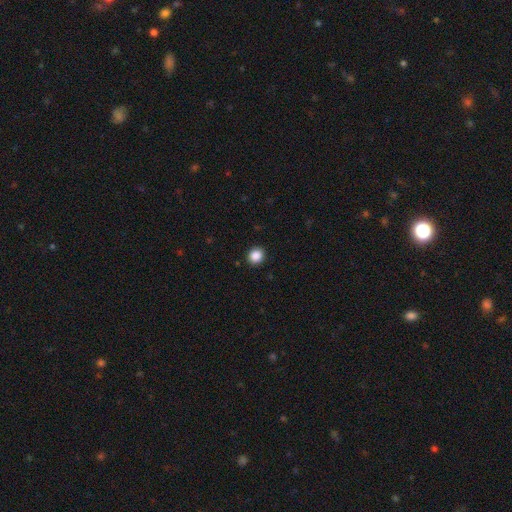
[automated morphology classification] smooth_or_featured: smooth (p=0.88) [alt: star or artifact p=0.10]
how_rounded: round (p=0.82) [alt: in between p=0.18]
merging: none (p=0.92) [alt: minor disturbance p=0.06]